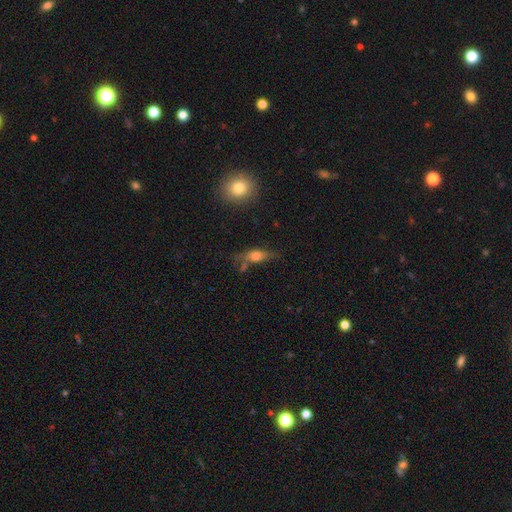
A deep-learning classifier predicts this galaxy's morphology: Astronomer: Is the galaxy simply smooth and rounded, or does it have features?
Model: smooth — 51% (runner-up: featured or disk, 36%).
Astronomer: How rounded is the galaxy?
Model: in between — 56% (runner-up: cigar-shaped, 34%).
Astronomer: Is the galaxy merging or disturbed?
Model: none — 51%.